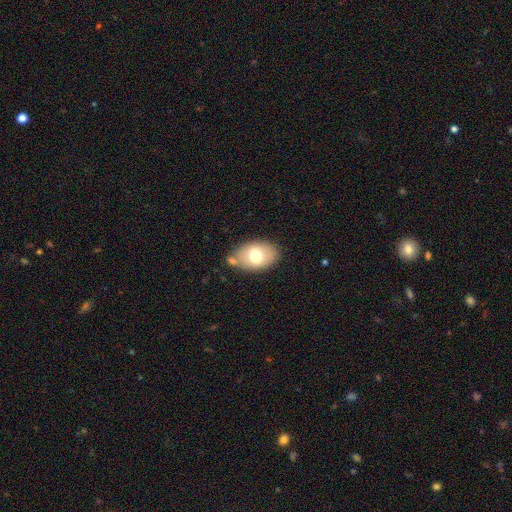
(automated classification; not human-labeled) Morphology: type=smooth (69%); roundness=in between (86%); merging=none (68%).